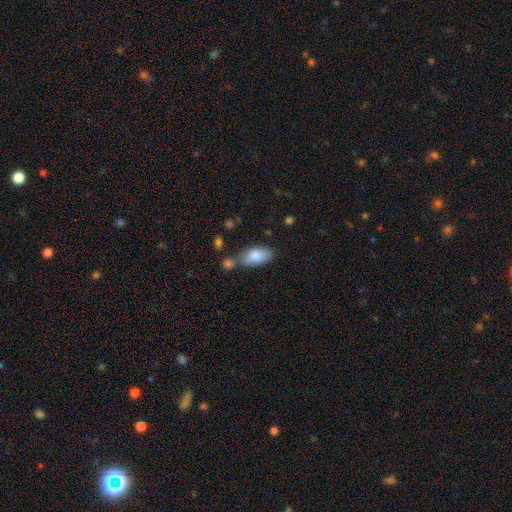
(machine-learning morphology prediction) Smooth or featured: smooth — 83% (featured or disk — 11%)
How rounded: in between — 92% (cigar-shaped — 4%)
Merging: none — 58% (minor disturbance — 19%)